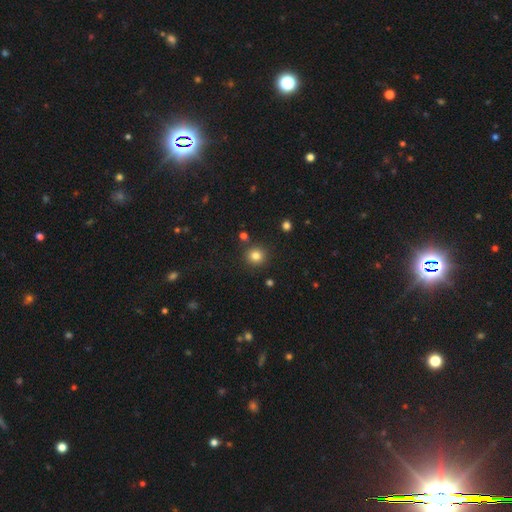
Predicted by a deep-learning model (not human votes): smooth_or_featured: smooth (p=0.82) [alt: star or artifact p=0.13]
how_rounded: round (p=0.91) [alt: in between p=0.08]
merging: none (p=0.87) [alt: minor disturbance p=0.07]